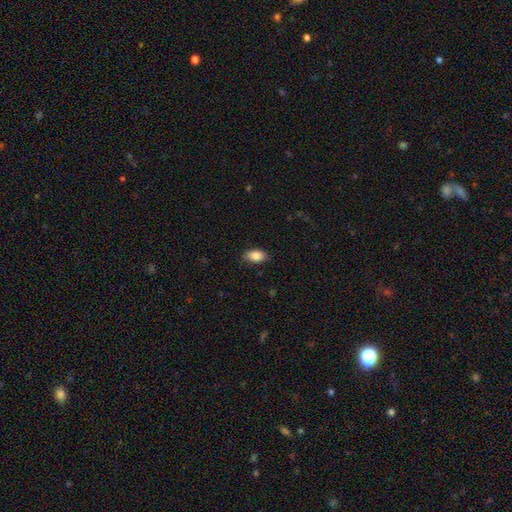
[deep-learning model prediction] The model was most divided on "merging": none: 85%, minor disturbance: 12%, major disturbance: 2%, merger: 1%. More confident: how rounded — in between (92%); smooth or featured — smooth (86%).